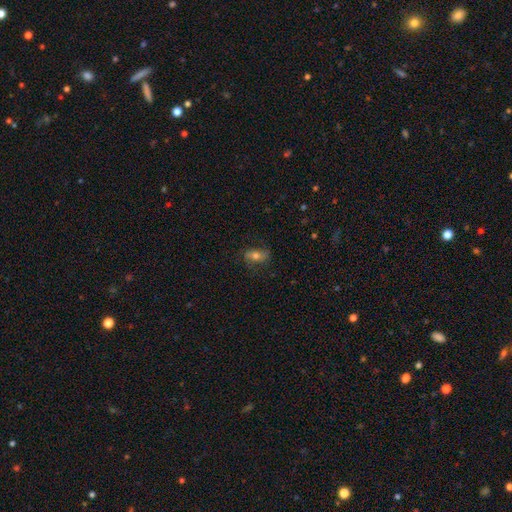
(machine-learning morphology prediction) Smooth or featured: smooth — 55% (featured or disk — 35%)
How rounded: in between — 81% (round — 11%)
Merging: none — 71% (minor disturbance — 20%)